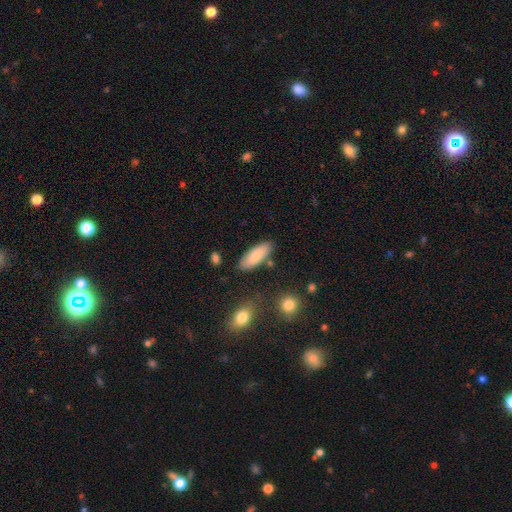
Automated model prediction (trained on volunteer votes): The model was most divided on "how rounded": in between: 75%, cigar-shaped: 23%, round: 2%. More confident: merging — none (81%); smooth or featured — smooth (81%).